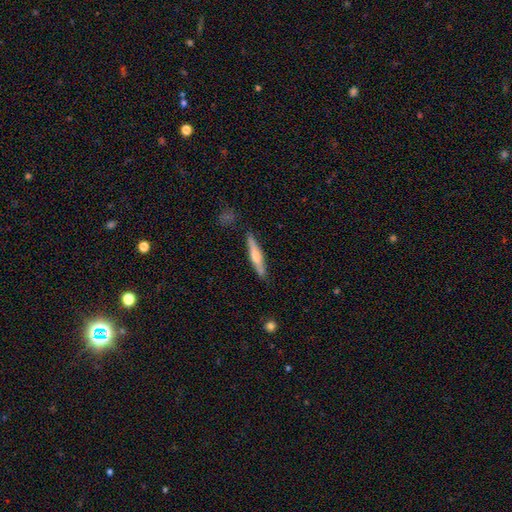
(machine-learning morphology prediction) smooth_or_featured: featured or disk (p=0.49) [alt: smooth p=0.46]
merging: none (p=0.85) [alt: minor disturbance p=0.11]